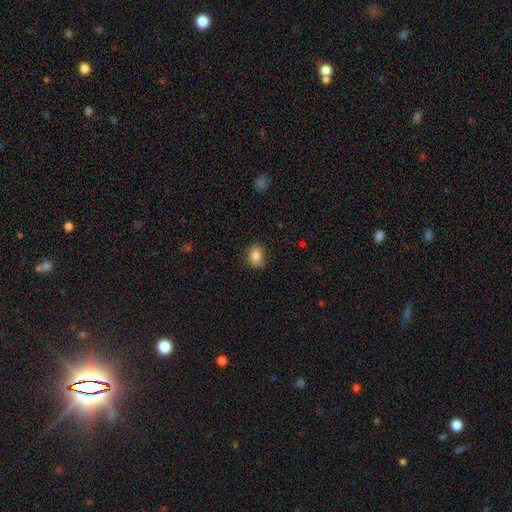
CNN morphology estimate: smooth_or_featured: smooth (p=0.82) [alt: star or artifact p=0.10]
how_rounded: in between (p=0.54) [alt: round p=0.45]
merging: none (p=0.72) [alt: minor disturbance p=0.22]